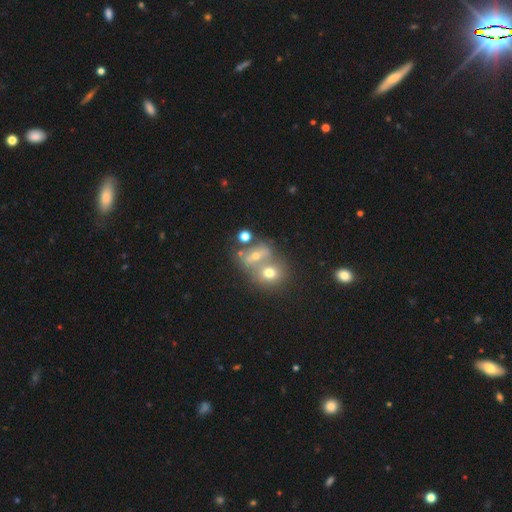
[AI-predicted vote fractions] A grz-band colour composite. It shows a smooth galaxy with no disk features (49%). Merging: merger (52%).